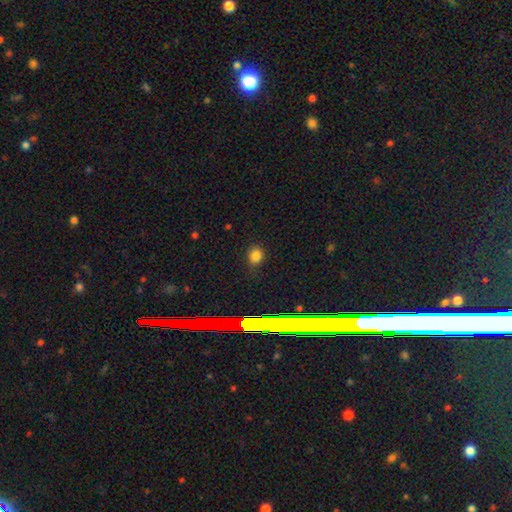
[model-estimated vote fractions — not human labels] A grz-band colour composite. It shows a smooth galaxy with no disk features (79%) that is round (50%). Merging: none (82%).